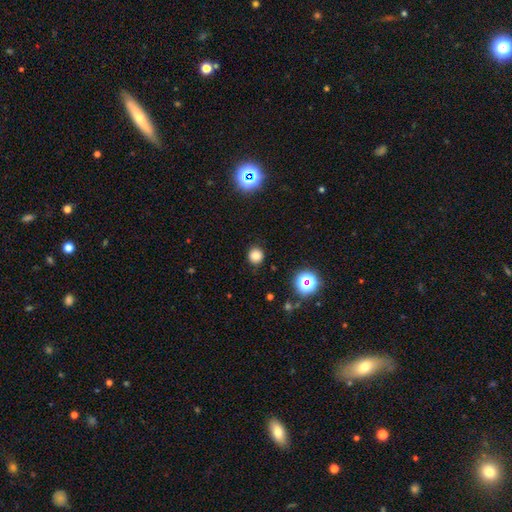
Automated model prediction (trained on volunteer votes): A smooth galaxy with no disk features (78%) that is round (91%).

Vote fractions:
- Smooth or featured? smooth: 78% / star or artifact: 16% / featured or disk: 5%
- How rounded? round: 91% / in between: 8% / cigar-shaped: 1%
- Merging? none: 90% / minor disturbance: 7% / major disturbance: 2% / merger: 1%